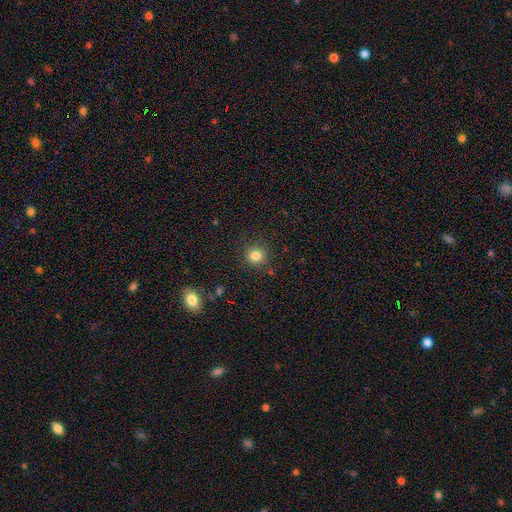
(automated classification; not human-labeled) smooth_or_featured: smooth (p=0.82) [alt: star or artifact p=0.13]
how_rounded: round (p=0.92) [alt: in between p=0.07]
merging: none (p=0.88) [alt: minor disturbance p=0.08]